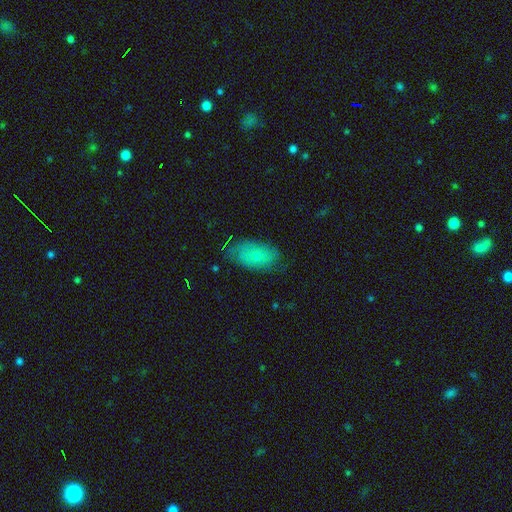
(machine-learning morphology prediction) Overall: smooth (65%; featured or disk 27%). How rounded: in between (91%). Merging: none (69%).